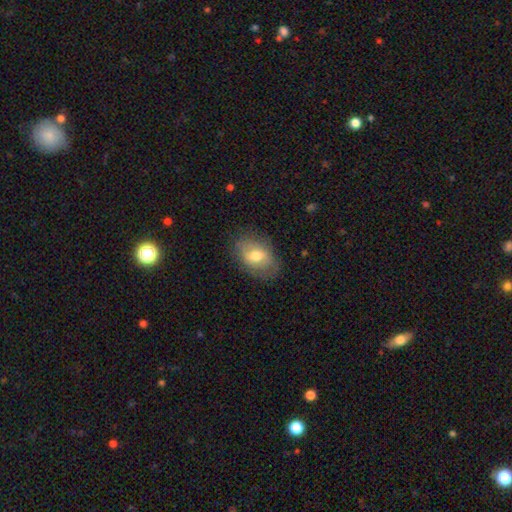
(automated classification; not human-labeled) Smooth or featured? smooth (64%)
How rounded? in between (81%)
Merging? none (79%)